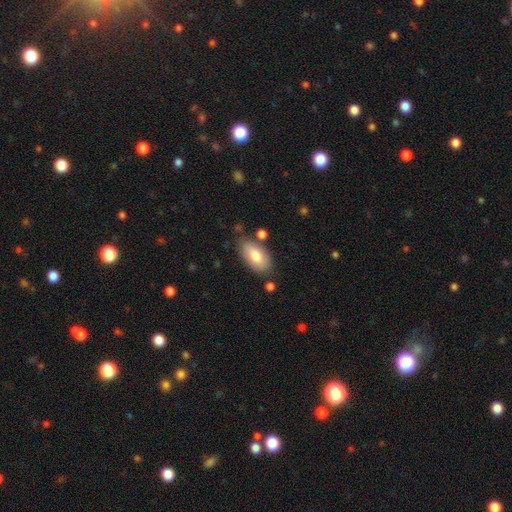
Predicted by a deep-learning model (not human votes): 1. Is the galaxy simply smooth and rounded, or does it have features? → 75% smooth, 18% featured or disk, 6% star or artifact.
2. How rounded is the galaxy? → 93% in between, 4% cigar-shaped, 3% round.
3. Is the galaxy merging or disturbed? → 75% none, 16% minor disturbance, 5% merger, 4% major disturbance.